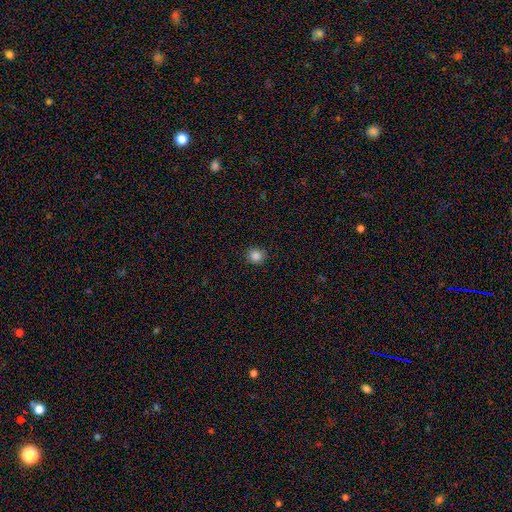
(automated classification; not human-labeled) Smooth or featured? smooth (85%)
How rounded? round (91%)
Merging? none (90%)